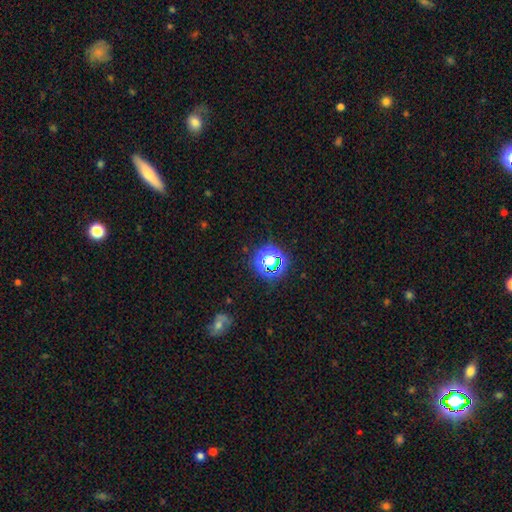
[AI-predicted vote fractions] Morphology: type=star or artifact (60%).